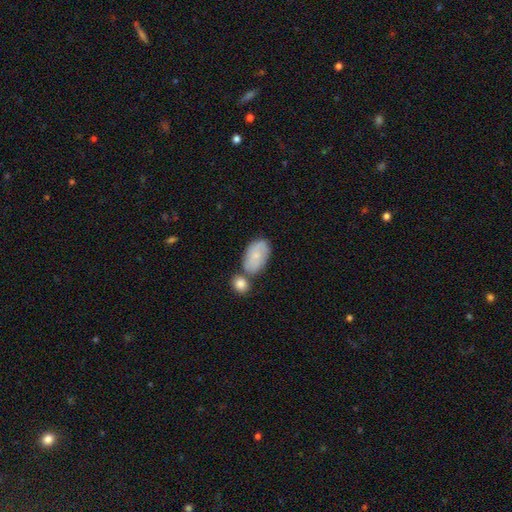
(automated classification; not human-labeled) Q: Smooth or featured?
A: smooth (64%); runner-up: featured or disk (30%)
Q: How rounded?
A: in between (91%); runner-up: round (7%)
Q: Merging?
A: none (47%); runner-up: merger (28%)